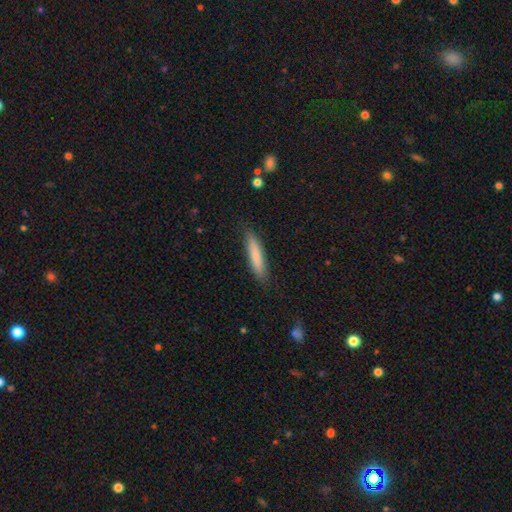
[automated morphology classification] smooth 80%, featured or disk 14%, star or artifact 6%. Down the decision tree: how rounded — cigar-shaped (87%); merging — none (86%).